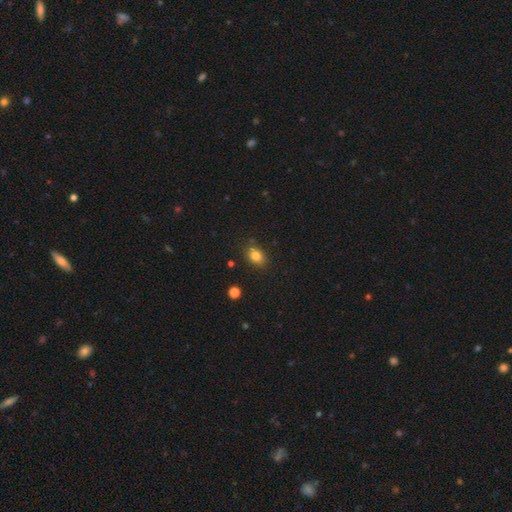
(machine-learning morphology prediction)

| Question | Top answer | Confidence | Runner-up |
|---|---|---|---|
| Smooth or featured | smooth | 82% | star or artifact (11%) |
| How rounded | in between | 68% | round (30%) |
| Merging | none | 83% | minor disturbance (12%) |